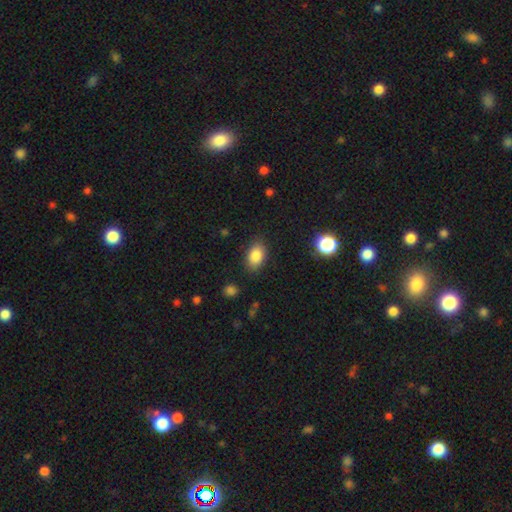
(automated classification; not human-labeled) Smooth or featured: smooth — 85% (star or artifact — 9%)
How rounded: in between — 86% (round — 13%)
Merging: none — 85% (minor disturbance — 11%)